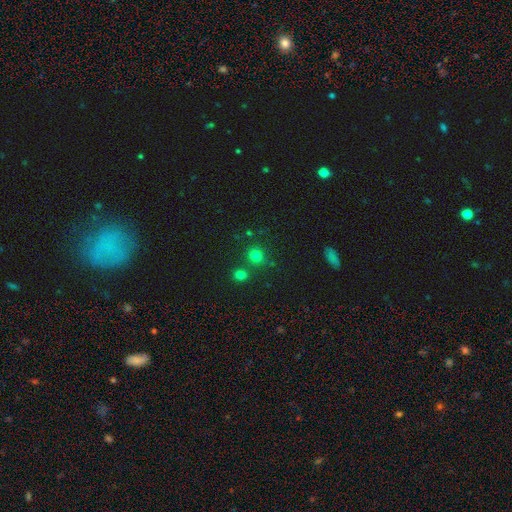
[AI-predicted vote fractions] Smooth or featured? smooth (74%)
How rounded? round (89%)
Merging? none (74%)